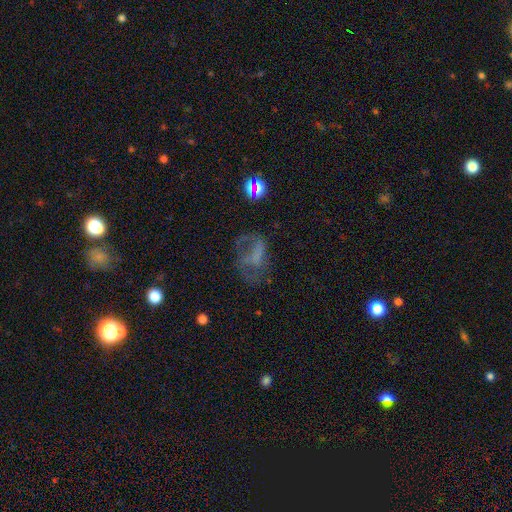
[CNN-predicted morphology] Smooth or featured: featured or disk — 48% (smooth — 31%)
Merging: major disturbance — 39% (none — 38%)